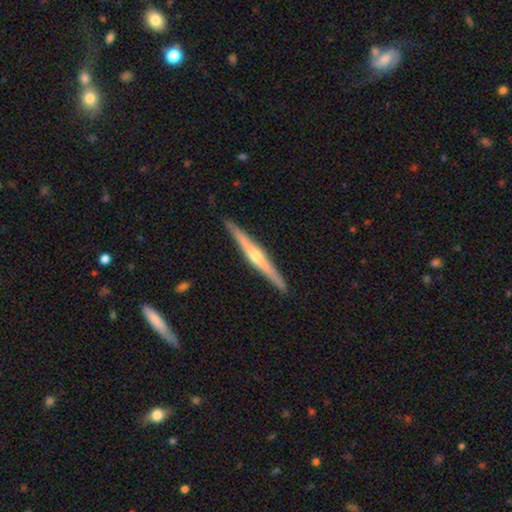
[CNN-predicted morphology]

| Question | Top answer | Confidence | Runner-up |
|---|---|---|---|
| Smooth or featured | featured or disk | 79% | smooth (16%) |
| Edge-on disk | yes | 98% | no (2%) |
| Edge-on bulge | rounded | 87% | none (8%) |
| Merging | none | 91% | minor disturbance (6%) |